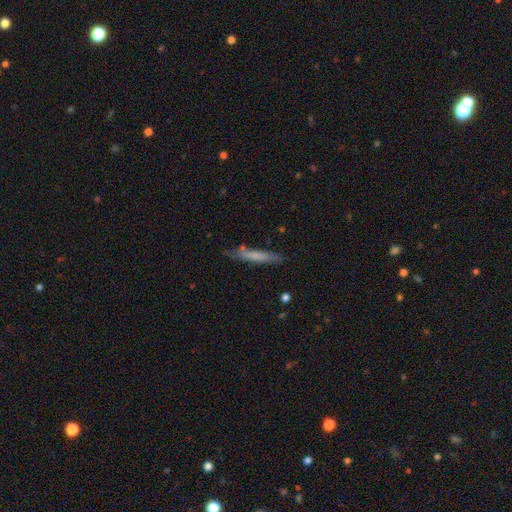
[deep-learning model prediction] Q: Smooth or featured?
A: smooth (66%); runner-up: featured or disk (28%)
Q: How rounded?
A: cigar-shaped (93%); runner-up: in between (6%)
Q: Merging?
A: none (78%); runner-up: minor disturbance (16%)